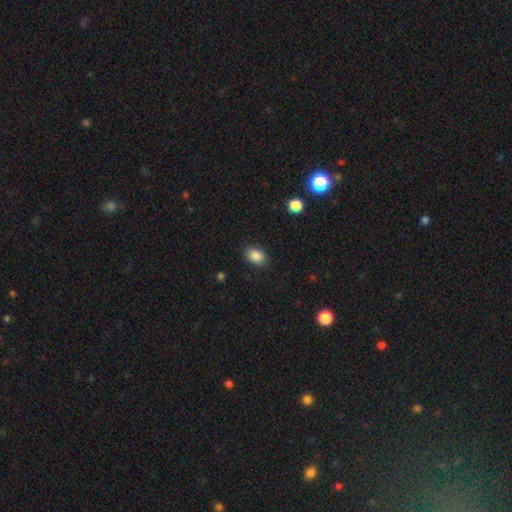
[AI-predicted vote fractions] Overall: smooth (87%). How rounded: in between (73%). Merging: none (86%).